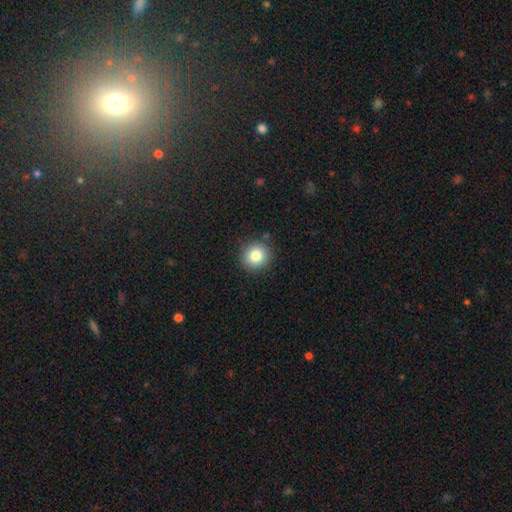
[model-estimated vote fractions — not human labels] Morphology: type=smooth (82%); roundness=round (92%); merging=none (89%).